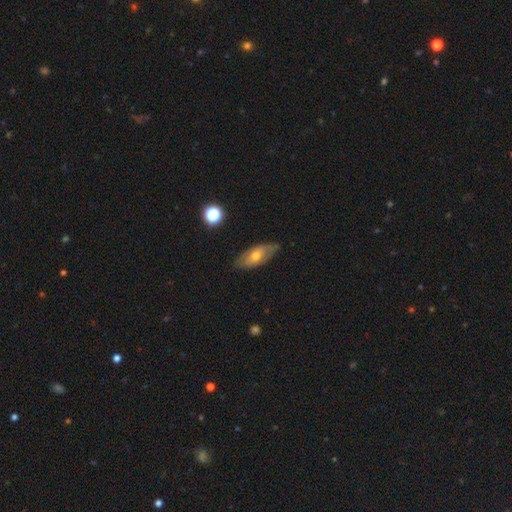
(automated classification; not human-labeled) A smooth galaxy with no disk features (50%). Merging: none (78%).